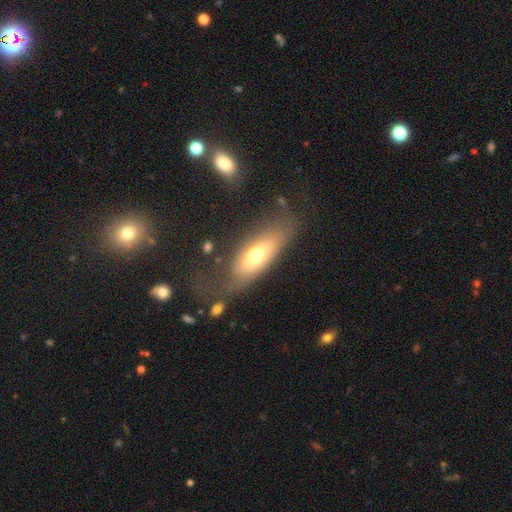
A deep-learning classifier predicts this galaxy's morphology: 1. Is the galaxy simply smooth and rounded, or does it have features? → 58% smooth, 34% featured or disk, 7% star or artifact.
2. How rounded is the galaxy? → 71% in between, 26% cigar-shaped, 3% round.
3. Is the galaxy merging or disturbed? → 50% none, 24% minor disturbance, 22% major disturbance, 4% merger.